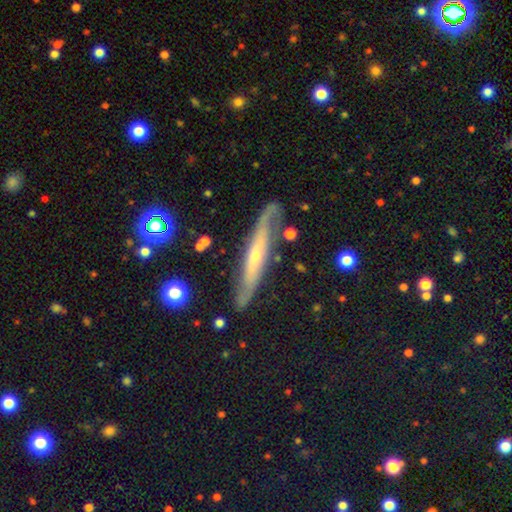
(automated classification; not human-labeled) Overall: featured or disk (72%). Edge-on disk: yes (73%). Edge-on bulge: rounded (63%; none 32%). Merging: none (75%).